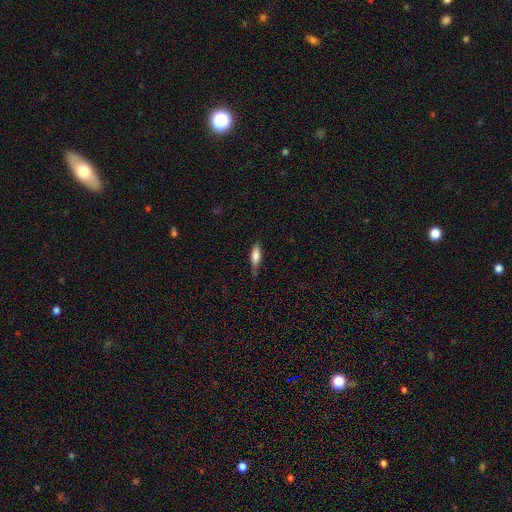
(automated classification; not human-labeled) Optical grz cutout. It shows a smooth galaxy with no disk features (76%) that is in between round and cigar-shaped (55%). Merging: none (71%).